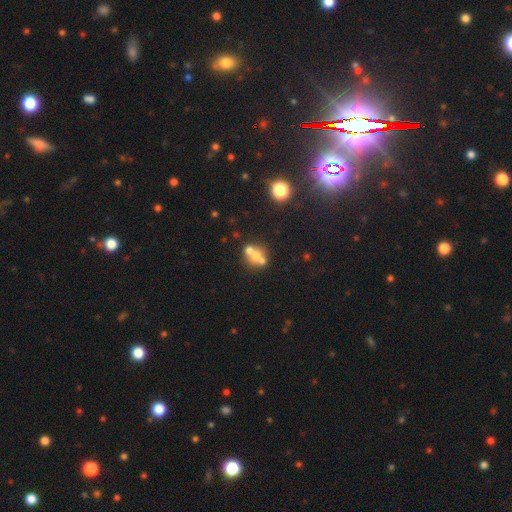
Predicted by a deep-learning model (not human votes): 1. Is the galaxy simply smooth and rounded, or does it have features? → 54% smooth, 29% featured or disk, 17% star or artifact.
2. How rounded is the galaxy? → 79% round, 20% in between, 1% cigar-shaped.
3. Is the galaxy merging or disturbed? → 52% merger, 37% none, 7% minor disturbance, 4% major disturbance.